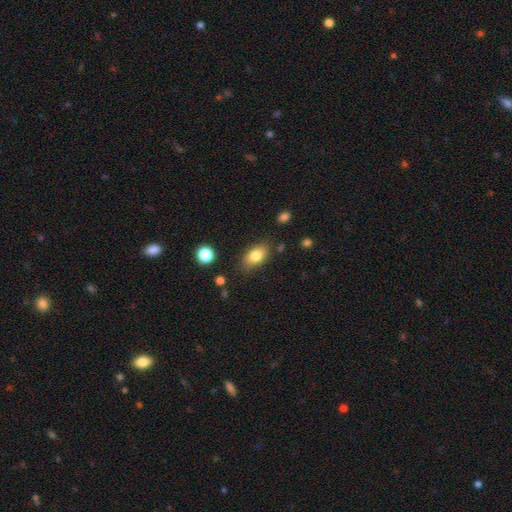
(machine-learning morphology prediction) This is clearly a smooth galaxy (81%). How rounded: clearly in between (86%). Merging: clearly none (80%).